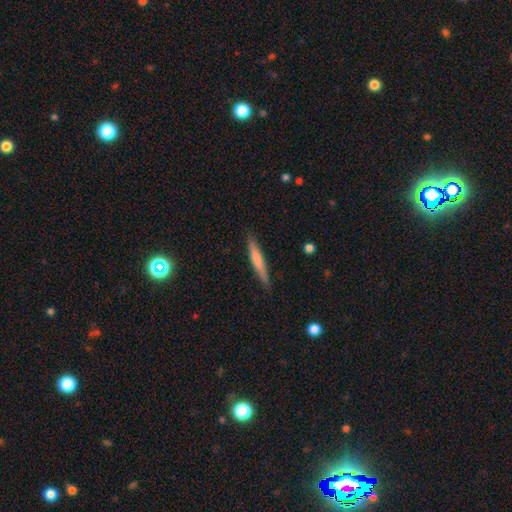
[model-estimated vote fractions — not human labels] The model was most divided on "smooth or featured": smooth: 59%, featured or disk: 35%, star or artifact: 7%. More confident: how rounded — cigar-shaped (94%); merging — none (88%).